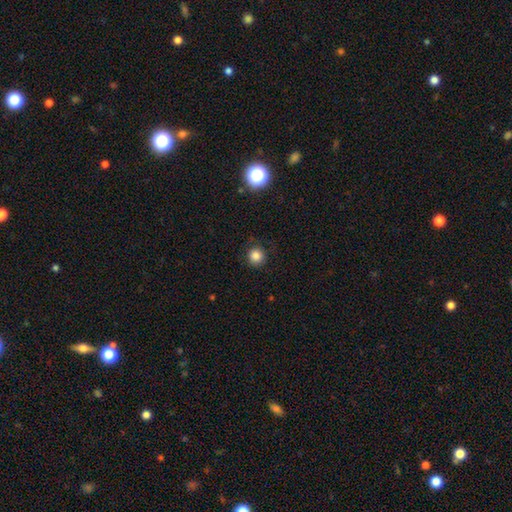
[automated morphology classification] Q: Smooth or featured?
A: smooth (83%); runner-up: star or artifact (13%)
Q: How rounded?
A: round (93%); runner-up: in between (6%)
Q: Merging?
A: none (87%); runner-up: minor disturbance (9%)